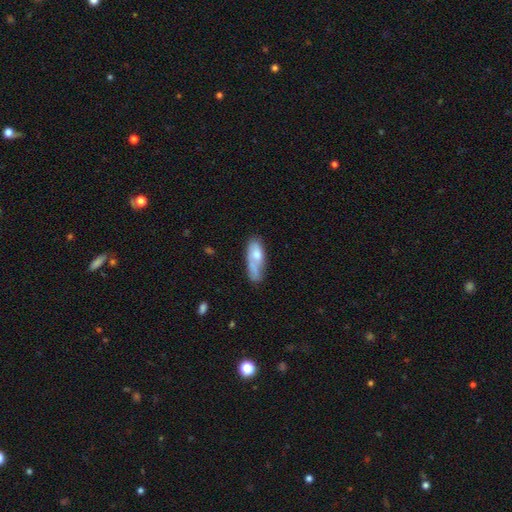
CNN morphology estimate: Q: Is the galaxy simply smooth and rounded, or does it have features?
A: smooth — 67%.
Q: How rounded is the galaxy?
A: in between — 66%.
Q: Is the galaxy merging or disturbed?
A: none — 39%.